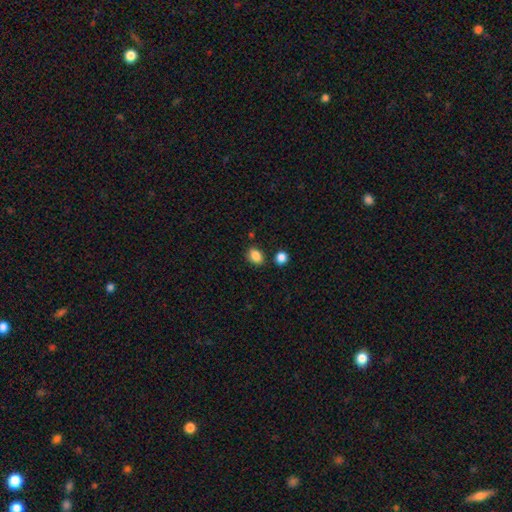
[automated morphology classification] Smooth or featured: smooth — 87% (star or artifact — 9%)
How rounded: in between — 75% (round — 24%)
Merging: none — 79% (minor disturbance — 12%)